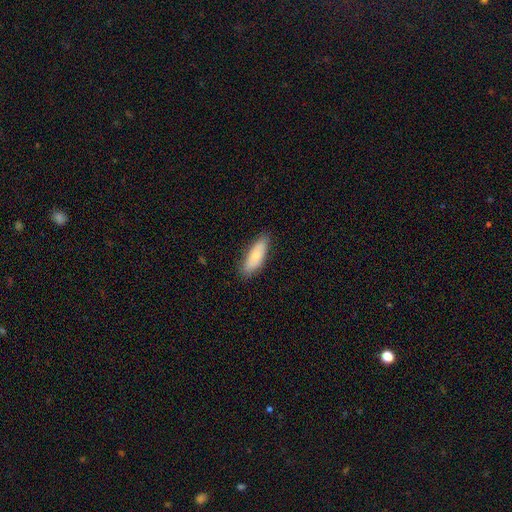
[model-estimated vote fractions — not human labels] smooth_or_featured: smooth (p=0.79) [alt: featured or disk p=0.15]
how_rounded: in between (p=0.61) [alt: cigar-shaped p=0.38]
merging: none (p=0.85) [alt: minor disturbance p=0.12]